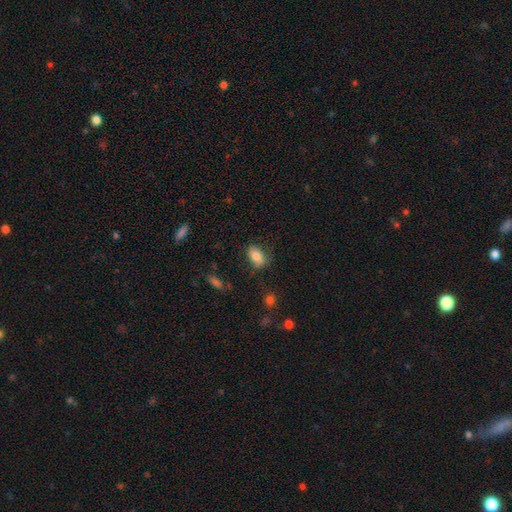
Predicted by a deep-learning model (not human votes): smooth_or_featured: smooth (p=0.82) [alt: featured or disk p=0.11]
how_rounded: in between (p=0.90) [alt: round p=0.08]
merging: none (p=0.74) [alt: minor disturbance p=0.19]